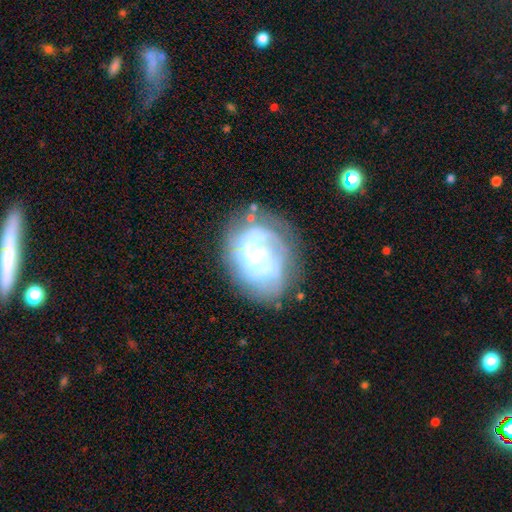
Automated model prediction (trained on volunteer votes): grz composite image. It shows a featured or disk galaxy (73%) with no bar (52%), tight (49%) spiral arms (79%) and a small central bulge (52%). Merging: none (62%).